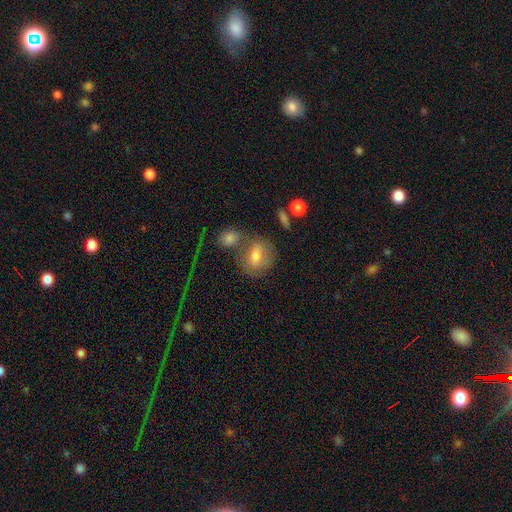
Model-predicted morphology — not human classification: Smooth or featured?
  - smooth: 50% *
  - featured or disk: 34%
  - star or artifact: 16%
How rounded?
  - round: 57% *
  - in between: 41%
  - cigar-shaped: 3%
Merging?
  - none: 55% *
  - merger: 24%
  - minor disturbance: 13%
  - major disturbance: 8%